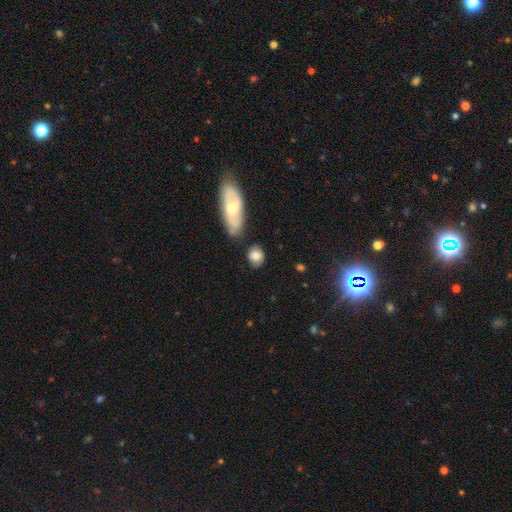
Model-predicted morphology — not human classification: This is likely a smooth galaxy (78%). How rounded: possibly round (57%). Merging: likely none (69%).